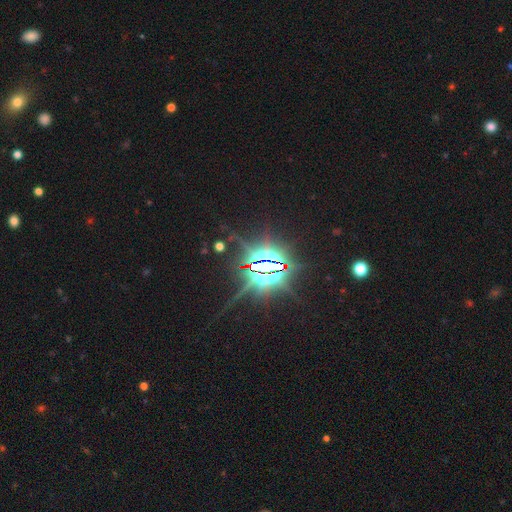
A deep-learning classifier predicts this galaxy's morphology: star or artifact 84%, featured or disk 10%, smooth 6%.